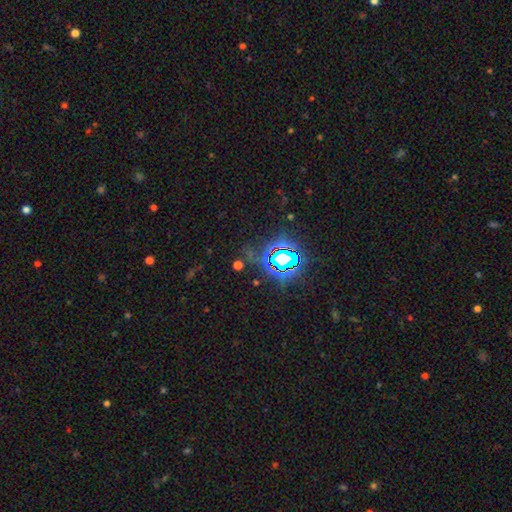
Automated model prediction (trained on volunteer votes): Morphology: type=star or artifact (83%).